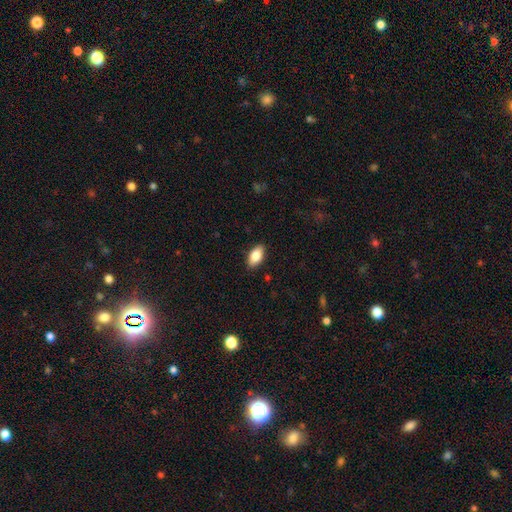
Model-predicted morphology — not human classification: type=smooth (84%); roundness=in between (92%); merging=none (88%).